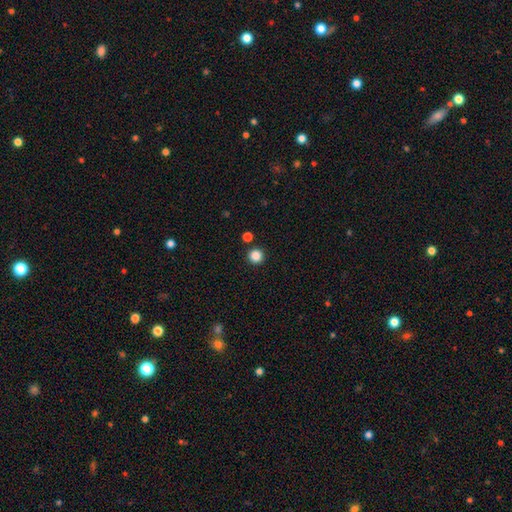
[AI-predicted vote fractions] This appears to be a smooth galaxy with no disk features (86%) that is round (96%). Merging: none (90%).